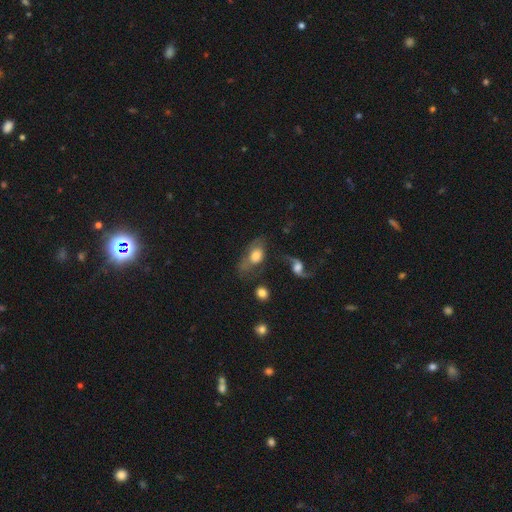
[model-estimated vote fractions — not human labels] A smooth galaxy with no disk features (53%) that is in between round and cigar-shaped (80%). Merging: none (38%).